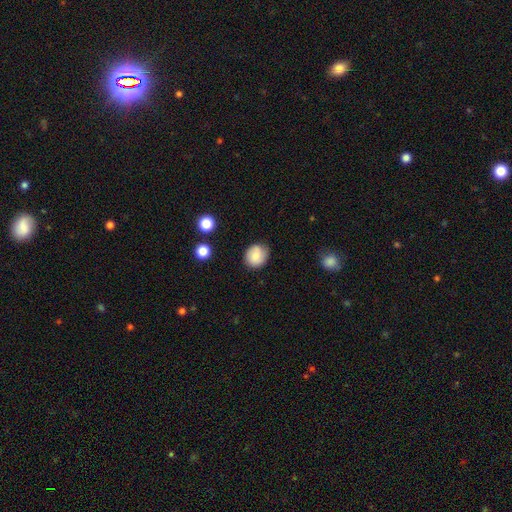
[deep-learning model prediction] Smooth or featured? smooth (77%)
How rounded? round (75%)
Merging? none (80%)